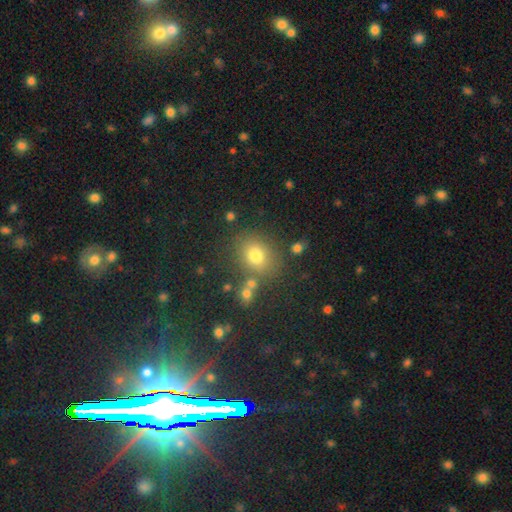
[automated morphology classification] type=smooth (74%); roundness=round (59%); merging=none (75%).